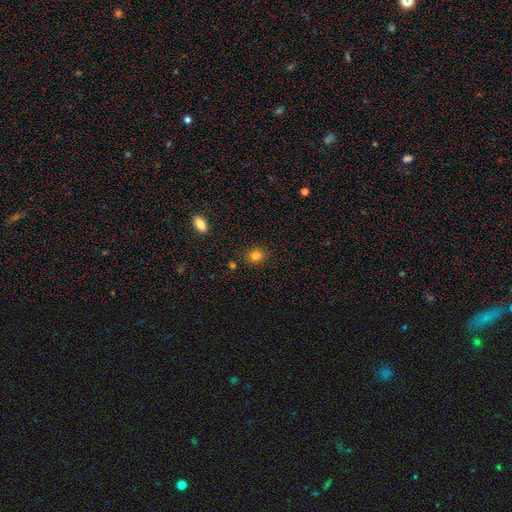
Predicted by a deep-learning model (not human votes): Smooth or featured? Predicted: smooth (p=0.82). How rounded? Predicted: round (p=0.67). Merging? Predicted: none (p=0.87).